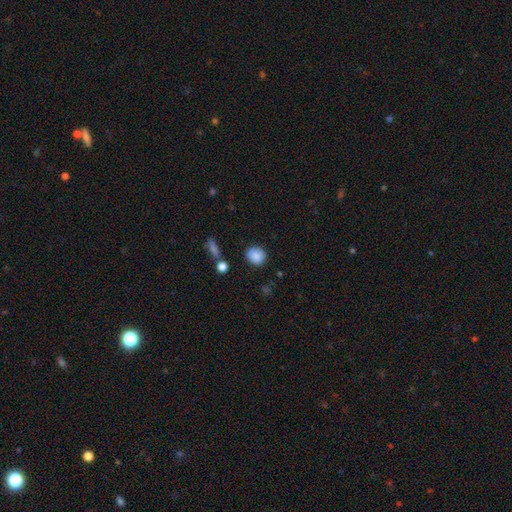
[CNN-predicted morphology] Smooth or featured?
  - smooth: 86% *
  - star or artifact: 9%
  - featured or disk: 5%
How rounded?
  - round: 78% *
  - in between: 21%
  - cigar-shaped: 1%
Merging?
  - none: 82% *
  - minor disturbance: 12%
  - merger: 3%
  - major disturbance: 3%